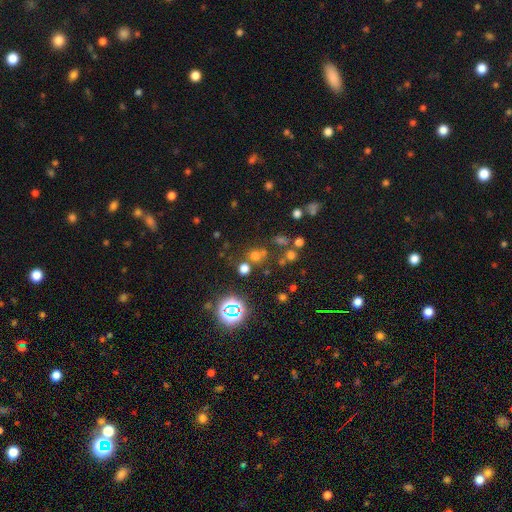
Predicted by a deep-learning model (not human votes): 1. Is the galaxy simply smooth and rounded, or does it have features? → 51% smooth, 40% star or artifact, 10% featured or disk.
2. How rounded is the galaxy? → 86% round, 13% in between, 1% cigar-shaped.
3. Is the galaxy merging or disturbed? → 68% none, 19% merger, 9% minor disturbance, 5% major disturbance.